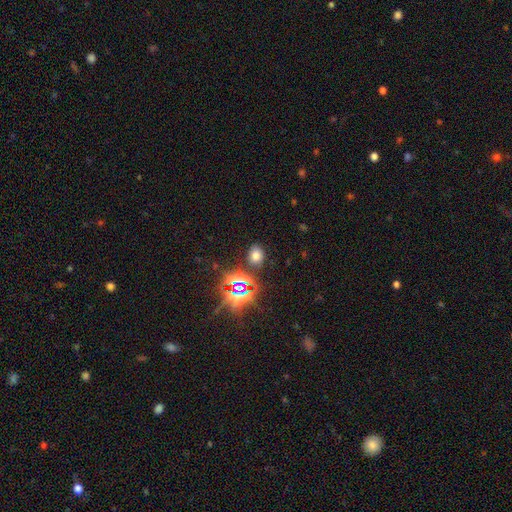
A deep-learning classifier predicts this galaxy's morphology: smooth-or-featured: smooth: 61% | star or artifact: 31% | featured or disk: 8%
  how-rounded: in between: 60% | round: 39% | cigar-shaped: 1%
  merging: none: 84% | minor disturbance: 10% | merger: 3% | major disturbance: 3%